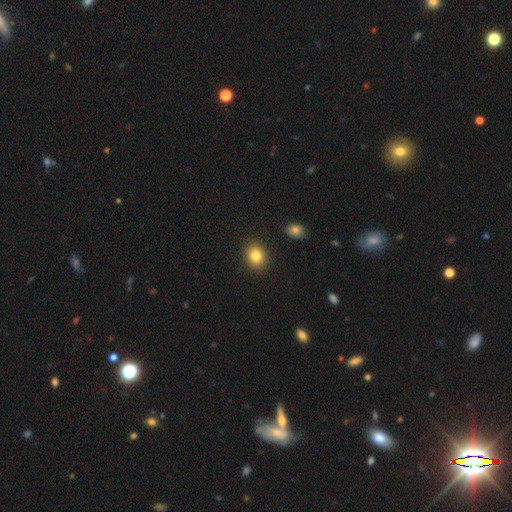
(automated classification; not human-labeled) The model was most divided on "how rounded": round: 61%, in between: 38%, cigar-shaped: 1%. More confident: merging — none (89%); smooth or featured — smooth (83%).